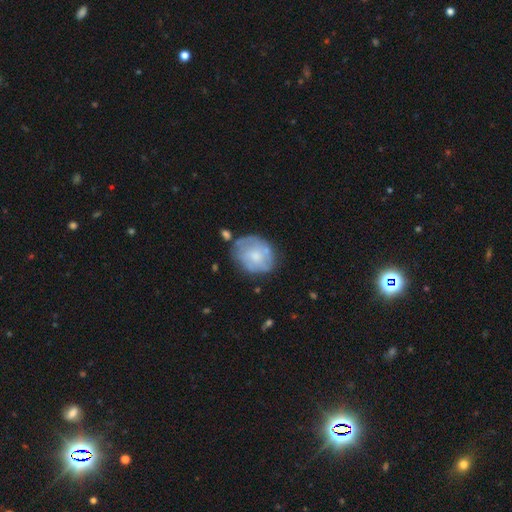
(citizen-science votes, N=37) This appears to be a smooth galaxy with no disk features (46%, tied with featured or disk) that is round (76%). Merging: none (59%).